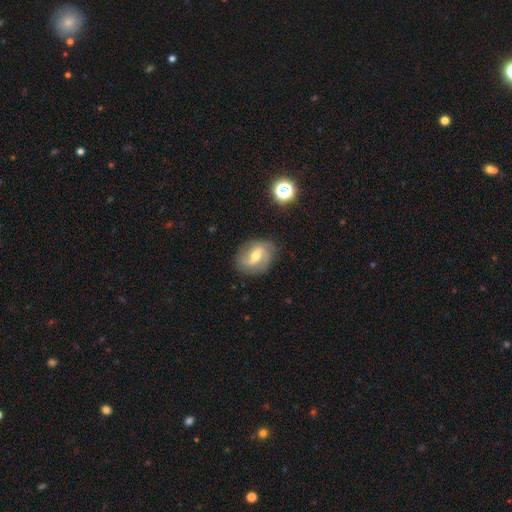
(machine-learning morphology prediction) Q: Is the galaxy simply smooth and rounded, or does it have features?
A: featured or disk — 70%.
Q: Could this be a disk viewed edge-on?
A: no — 96%.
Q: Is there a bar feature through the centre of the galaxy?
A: weak — 51%.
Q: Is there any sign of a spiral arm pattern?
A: yes — 88%.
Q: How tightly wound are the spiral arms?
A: loose — 42%.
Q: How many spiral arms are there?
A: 2 — 67%.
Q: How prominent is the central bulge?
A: moderate — 64%.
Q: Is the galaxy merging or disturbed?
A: none — 78%.